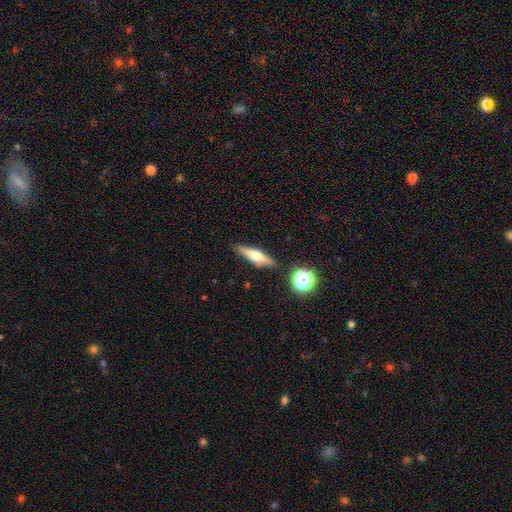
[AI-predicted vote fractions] Smooth or featured? featured or disk (47%)
Merging? none (86%)